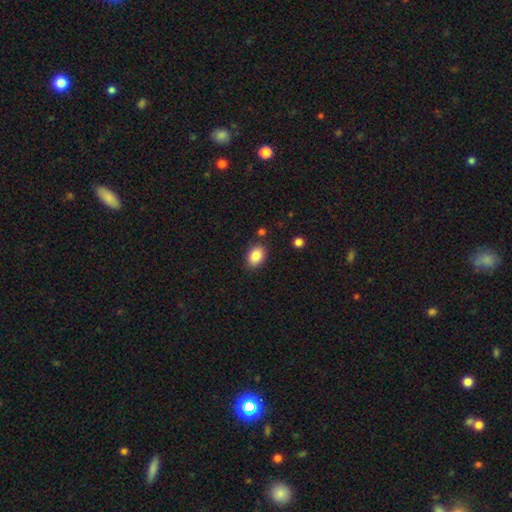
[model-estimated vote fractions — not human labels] Smooth or featured? smooth (86%)
How rounded? in between (80%)
Merging? none (84%)